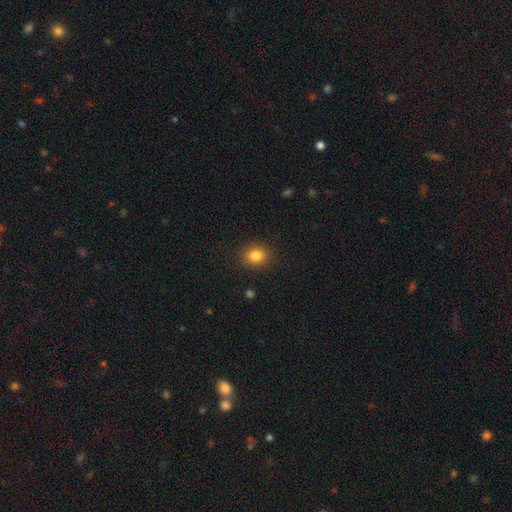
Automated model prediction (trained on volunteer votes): Smooth or featured? Predicted: smooth (p=0.83). How rounded? Predicted: round (p=0.70). Merging? Predicted: none (p=0.89).